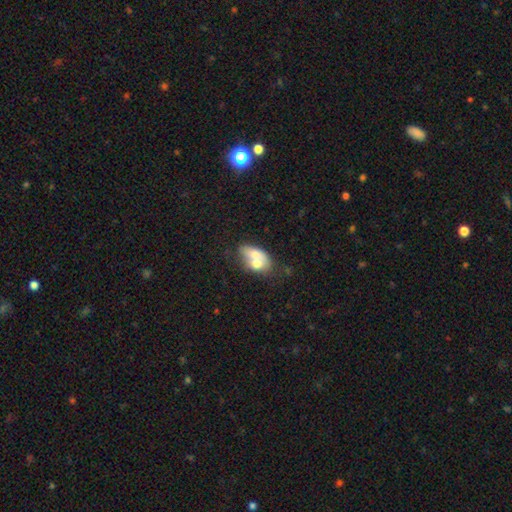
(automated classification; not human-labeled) Smooth or featured? smooth (62%)
How rounded? in between (82%)
Merging? merger (62%)